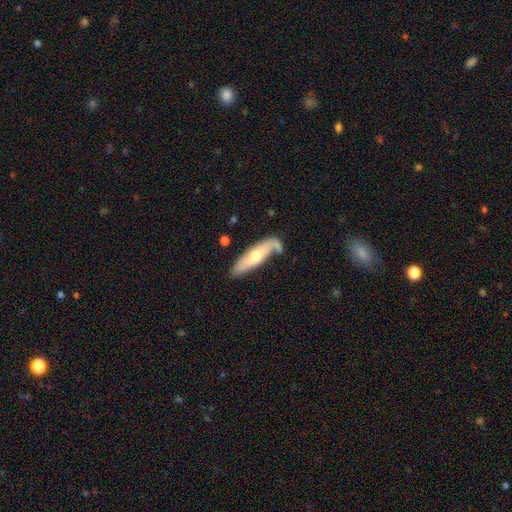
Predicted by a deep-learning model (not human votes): This is possibly a smooth galaxy (53%). How rounded: possibly cigar-shaped (59%). Merging: possibly none (60%).